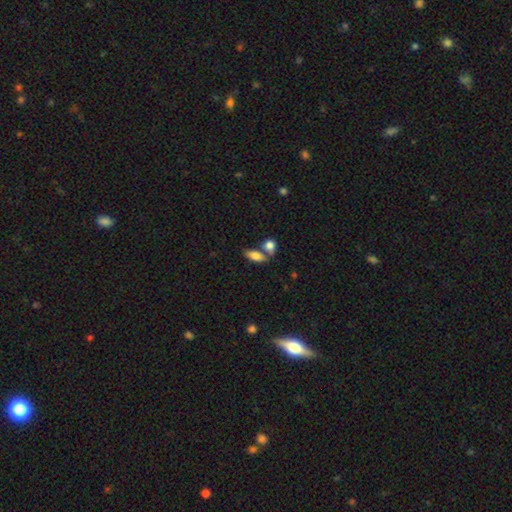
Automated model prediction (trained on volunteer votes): smooth 79%, featured or disk 13%, star or artifact 8%. Down the decision tree: how rounded — in between (79%); merging — none (52%).